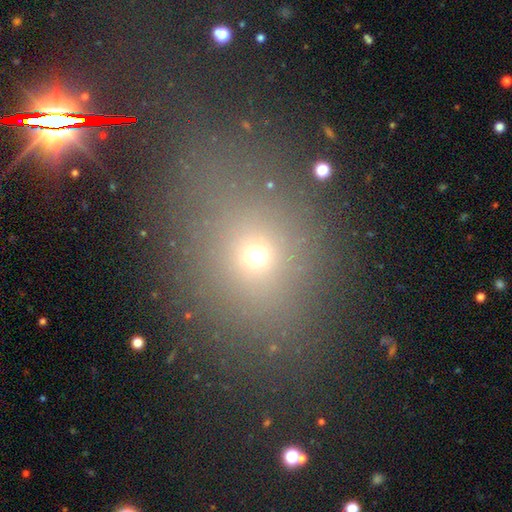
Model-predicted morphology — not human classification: Smooth or featured?
  - smooth: 62% *
  - star or artifact: 26%
  - featured or disk: 11%
How rounded?
  - round: 56% *
  - in between: 41%
  - cigar-shaped: 3%
Merging?
  - none: 74% *
  - minor disturbance: 12%
  - major disturbance: 7%
  - merger: 7%